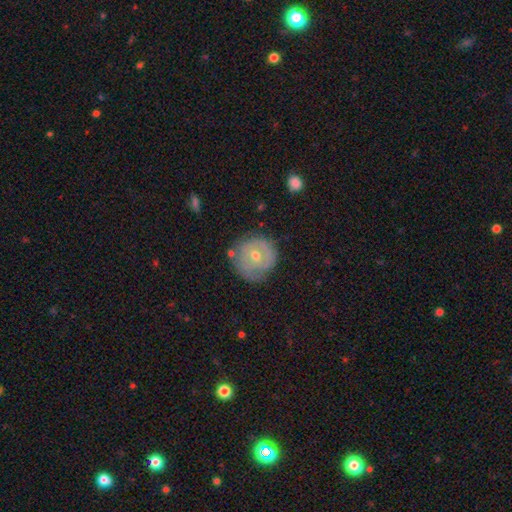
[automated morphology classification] A featured or disk galaxy (53%) with no bar (77%), no spiral arms (52%) and a moderate central bulge (58%). Merging: none (74%).